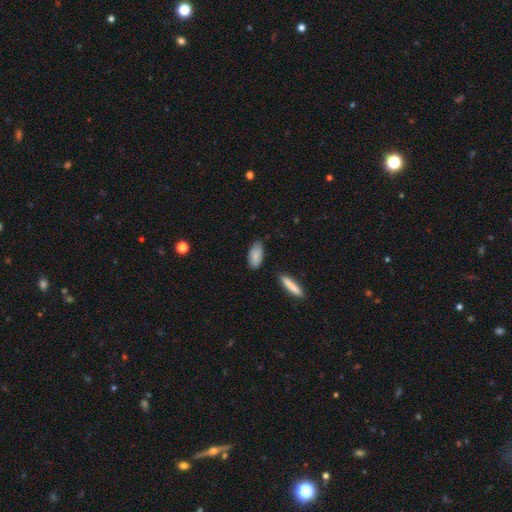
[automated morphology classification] Smooth or featured: smooth — 83% (featured or disk — 10%)
How rounded: in between — 85% (cigar-shaped — 12%)
Merging: none — 76% (minor disturbance — 18%)